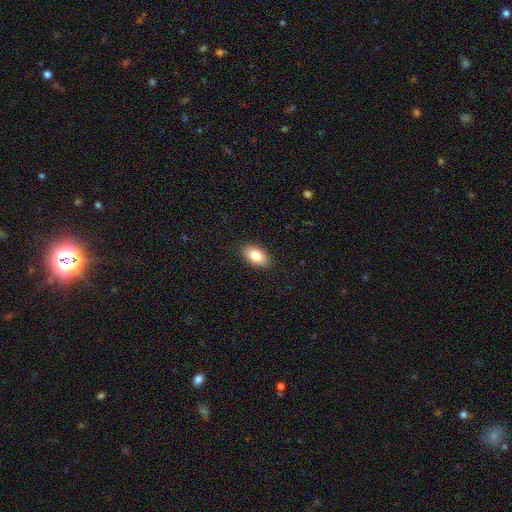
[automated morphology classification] Smooth or featured? smooth (81%)
How rounded? in between (91%)
Merging? none (89%)